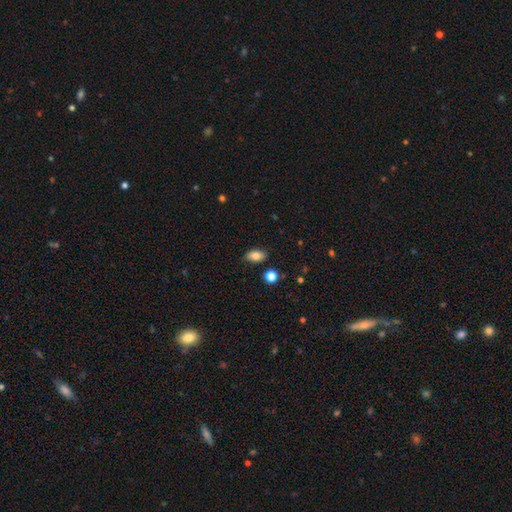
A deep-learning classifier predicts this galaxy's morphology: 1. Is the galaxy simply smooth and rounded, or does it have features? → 81% smooth, 10% featured or disk, 9% star or artifact.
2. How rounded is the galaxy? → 88% in between, 9% round, 3% cigar-shaped.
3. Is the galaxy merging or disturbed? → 86% none, 10% minor disturbance, 2% merger, 2% major disturbance.